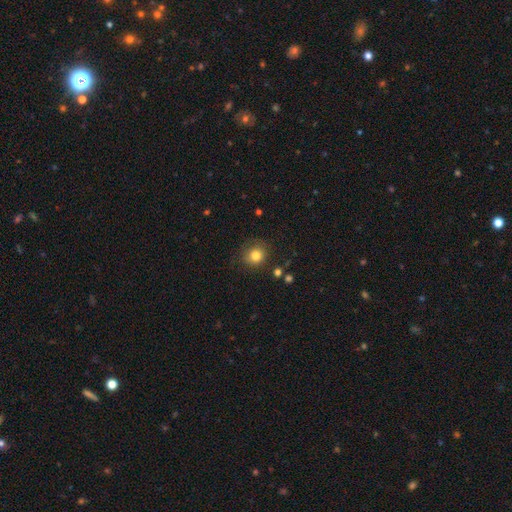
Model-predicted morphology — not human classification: The model was most divided on "merging": none: 81%, minor disturbance: 13%, major disturbance: 4%, merger: 2%. More confident: how rounded — round (87%); smooth or featured — smooth (81%).